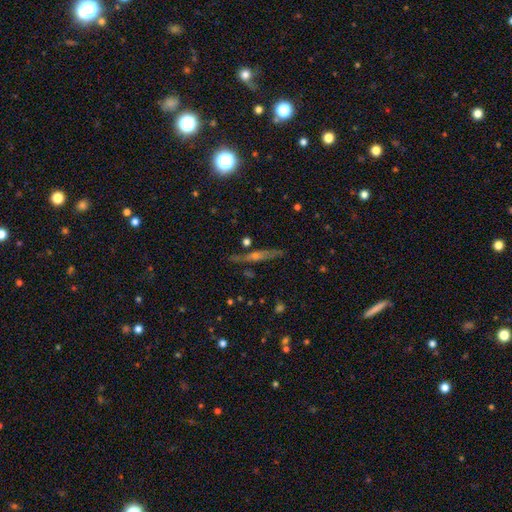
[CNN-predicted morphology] Smooth or featured?
  - featured or disk: 63% *
  - smooth: 23%
  - star or artifact: 13%
Edge-on disk?
  - yes: 91% *
  - no: 9%
Edge-on bulge?
  - rounded: 75% *
  - none: 19%
  - boxy: 6%
Merging?
  - none: 81% *
  - minor disturbance: 12%
  - major disturbance: 3%
  - merger: 3%